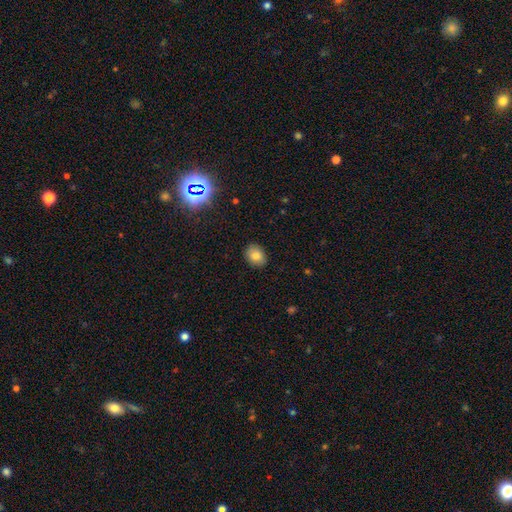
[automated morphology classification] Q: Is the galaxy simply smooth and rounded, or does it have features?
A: smooth — 82%.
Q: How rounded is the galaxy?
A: in between — 61%.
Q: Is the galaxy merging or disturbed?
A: none — 87%.